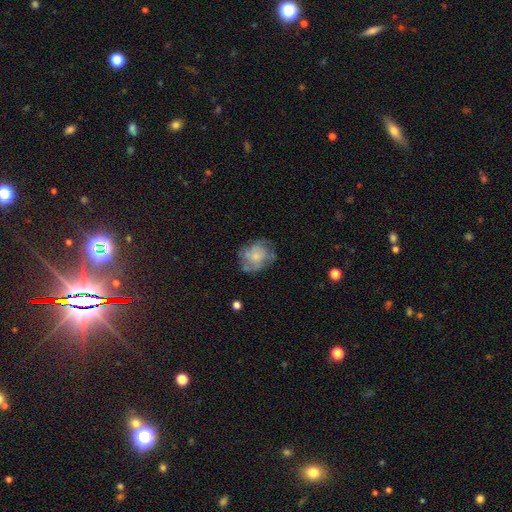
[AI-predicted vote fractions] Smooth or featured: featured or disk — 56% (smooth — 36%)
Edge-on disk: no — 98% (yes — 2%)
Bar: no — 84% (weak — 13%)
Spiral arms: yes — 55% (no — 45%)
Bulge size: small — 51% (moderate — 31%)
Merging: none — 58% (minor disturbance — 24%)